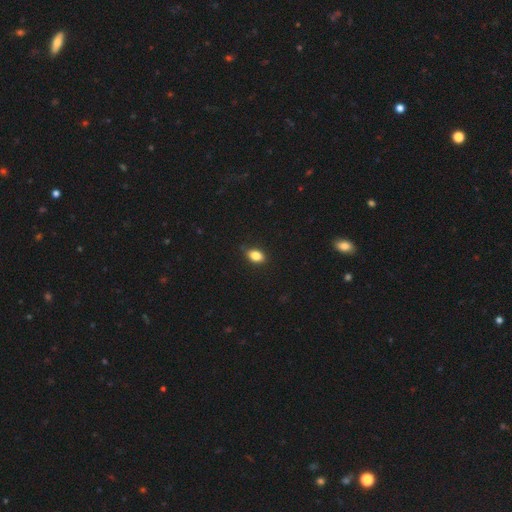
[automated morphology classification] Overall: smooth (84%). How rounded: in between (83%). Merging: none (83%).